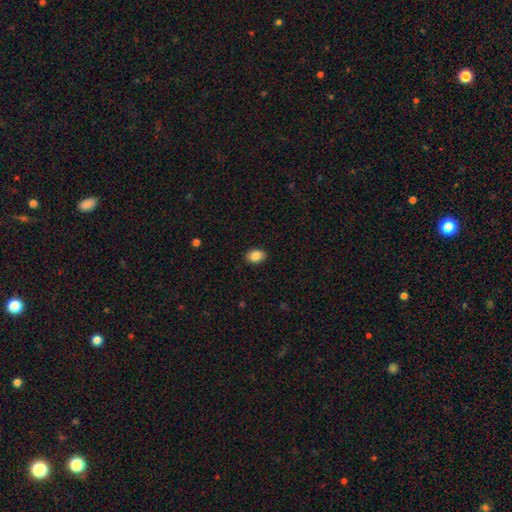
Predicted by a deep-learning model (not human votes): smooth 87%, star or artifact 8%, featured or disk 5%. Down the decision tree: how rounded — in between (80%); merging — none (89%).